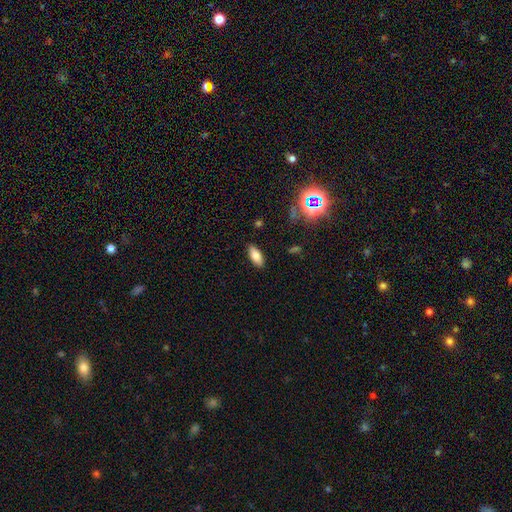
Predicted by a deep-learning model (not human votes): Smooth or featured: smooth — 77% (featured or disk — 13%)
How rounded: in between — 83% (cigar-shaped — 14%)
Merging: none — 88% (minor disturbance — 9%)